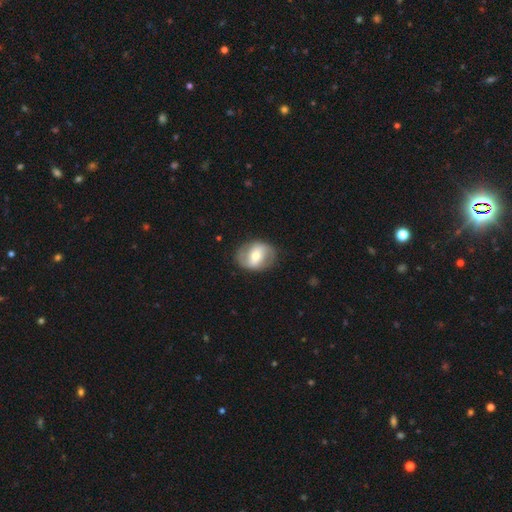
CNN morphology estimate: A featured or disk galaxy (62%) with a weak bar (37%), spiral arms (67%) and a moderate central bulge (64%).

Vote fractions:
- Smooth or featured? featured or disk: 62% / smooth: 32% / star or artifact: 6%
- Edge-on disk? no: 96% / yes: 4%
- Bar? weak: 37% / strong: 34% / no: 29%
- Spiral arms? yes: 67% / no: 33%
- Bulge size? moderate: 64% / small: 27% / large: 7% / dominant: 1% / none: 1%
- Merging? none: 81% / minor disturbance: 12% / major disturbance: 5% / merger: 1%